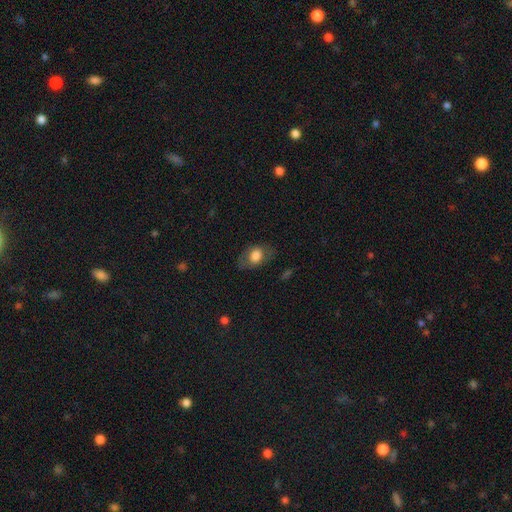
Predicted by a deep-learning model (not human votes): A smooth galaxy with no disk features (72%) that is in between round and cigar-shaped (82%). Merging: none (74%).